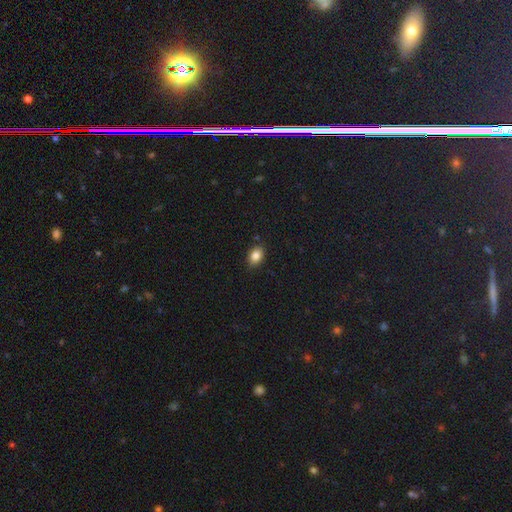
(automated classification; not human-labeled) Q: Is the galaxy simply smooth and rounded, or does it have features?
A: smooth — 85%.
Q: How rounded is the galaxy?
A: in between — 79%.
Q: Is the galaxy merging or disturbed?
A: none — 87%.